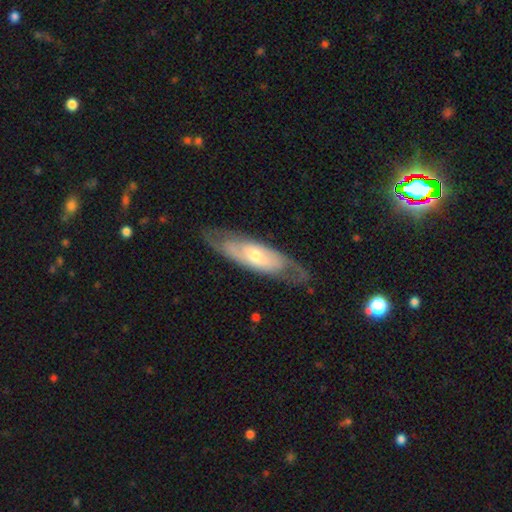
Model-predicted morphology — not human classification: This is likely a featured or disk galaxy (70%). It is likely not viewed edge-on (75%). Bar: possibly no (51%). Spiral arm pattern: likely yes (74%). Central bulge: possibly small (48%). Merging: likely none (75%).